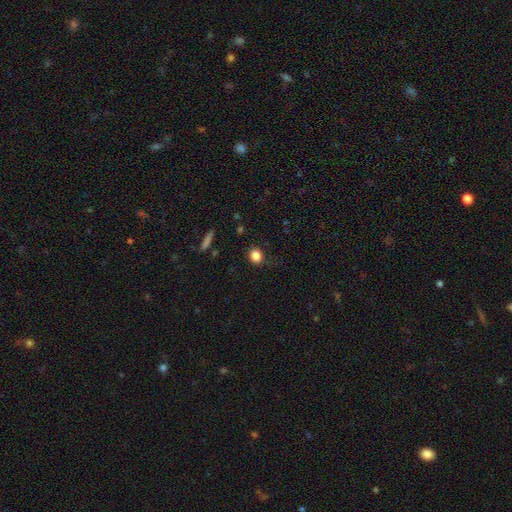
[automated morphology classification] Smooth or featured: smooth — 85% (star or artifact — 10%)
How rounded: round — 67% (in between — 32%)
Merging: none — 81% (minor disturbance — 14%)